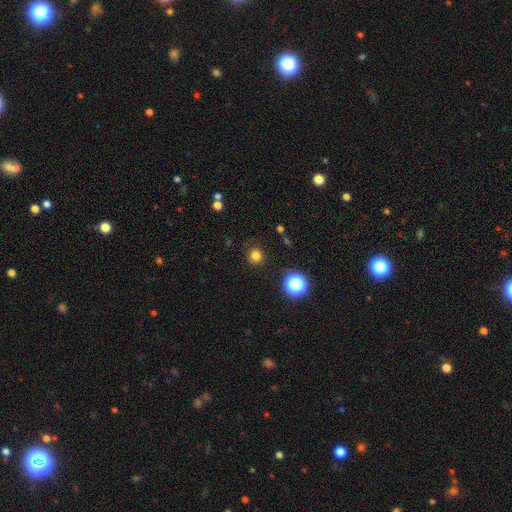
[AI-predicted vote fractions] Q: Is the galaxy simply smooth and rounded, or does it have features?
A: smooth — 80%.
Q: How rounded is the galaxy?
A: round — 92%.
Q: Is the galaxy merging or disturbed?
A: none — 89%.